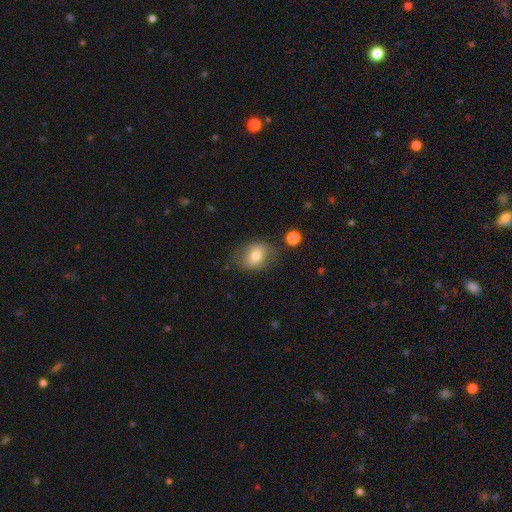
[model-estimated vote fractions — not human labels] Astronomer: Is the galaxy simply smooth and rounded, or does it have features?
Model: smooth — 70%.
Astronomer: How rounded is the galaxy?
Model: in between — 60% (runner-up: round, 39%).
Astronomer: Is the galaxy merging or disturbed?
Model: none — 68%.